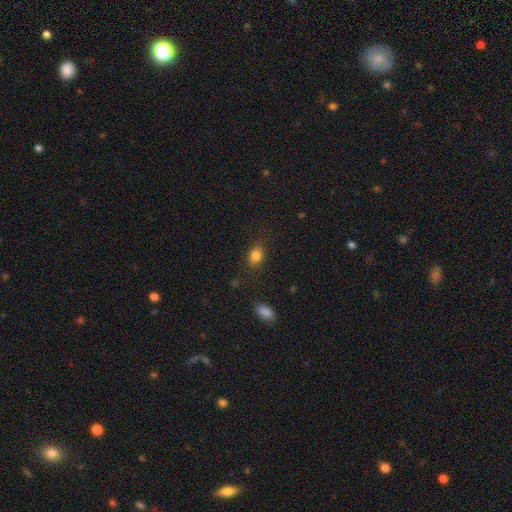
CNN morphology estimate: Overall: smooth (82%). How rounded: in between (67%; round 30%). Merging: none (80%).